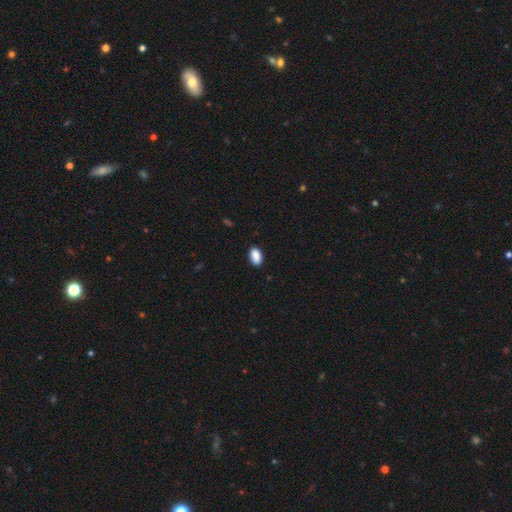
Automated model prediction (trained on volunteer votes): Smooth or featured? smooth (89%)
How rounded? in between (92%)
Merging? none (85%)